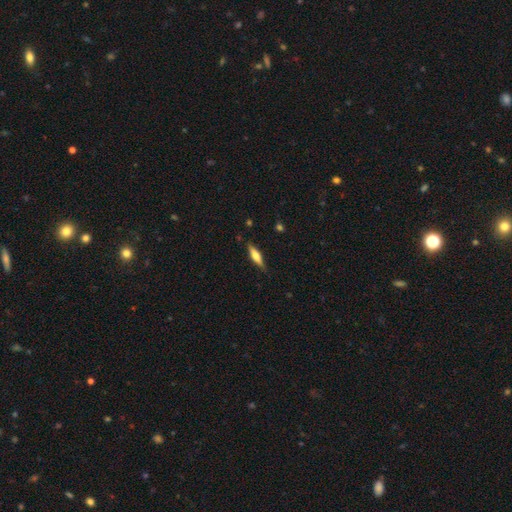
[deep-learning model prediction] The model was most divided on "smooth or featured": smooth: 52%, featured or disk: 42%, star or artifact: 6%. More confident: merging — none (82%); how rounded — cigar-shaped (66%).